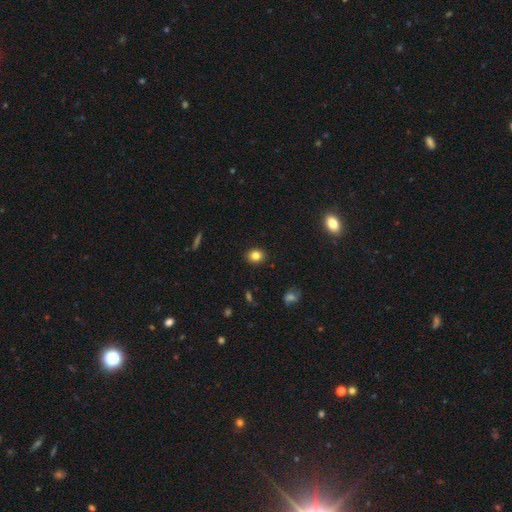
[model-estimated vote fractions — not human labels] Smooth or featured: smooth — 82% (star or artifact — 11%)
How rounded: round — 63% (in between — 36%)
Merging: none — 90% (minor disturbance — 7%)